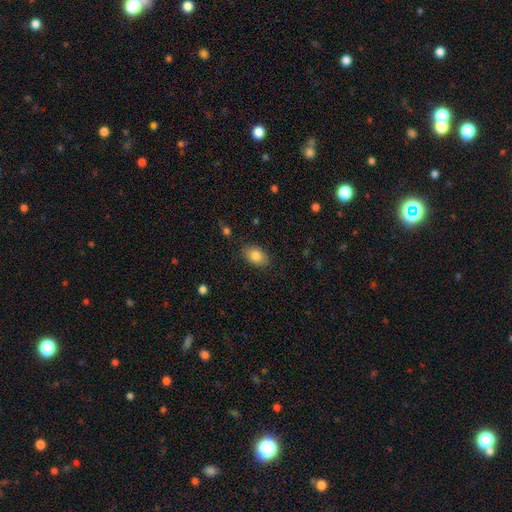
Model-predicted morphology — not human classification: The model was most divided on "merging": none: 84%, minor disturbance: 12%, major disturbance: 3%, merger: 1%. More confident: how rounded — in between (86%); smooth or featured — smooth (84%).